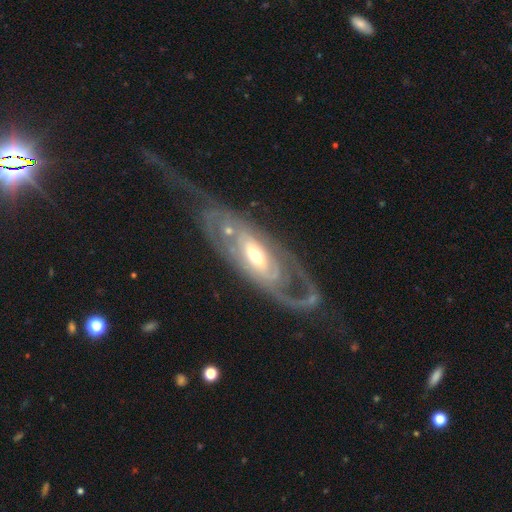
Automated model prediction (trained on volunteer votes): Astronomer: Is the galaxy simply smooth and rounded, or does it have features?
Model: featured or disk — 82%.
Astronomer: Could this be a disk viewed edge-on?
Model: no — 86%.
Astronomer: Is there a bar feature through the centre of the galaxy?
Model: no — 58%.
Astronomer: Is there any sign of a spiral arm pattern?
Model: yes — 69%.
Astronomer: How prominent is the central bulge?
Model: moderate — 62%.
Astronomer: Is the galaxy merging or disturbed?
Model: none — 58%.